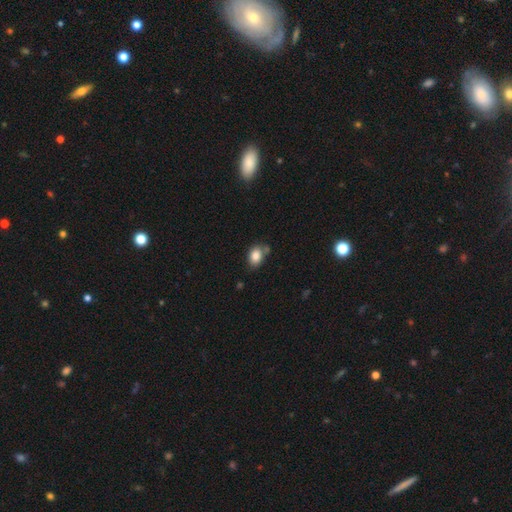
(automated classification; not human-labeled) Smooth or featured?
  - smooth: 84% *
  - star or artifact: 9%
  - featured or disk: 7%
How rounded?
  - in between: 74% *
  - round: 24%
  - cigar-shaped: 1%
Merging?
  - none: 63% *
  - minor disturbance: 21%
  - merger: 10%
  - major disturbance: 5%